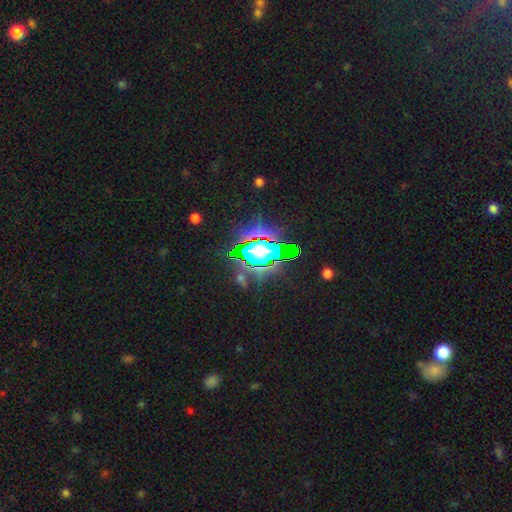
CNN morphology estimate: smooth_or_featured: star or artifact (p=0.81) [alt: smooth p=0.11]